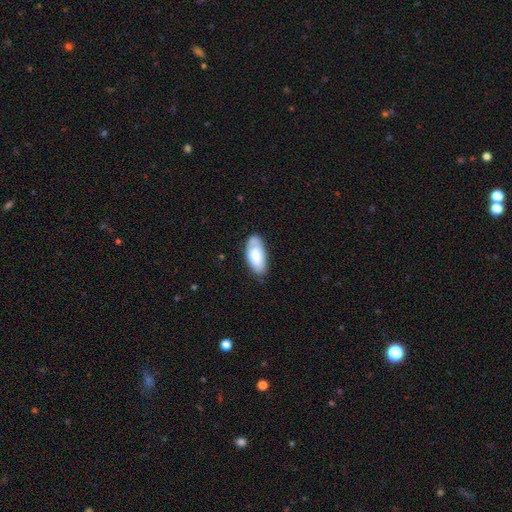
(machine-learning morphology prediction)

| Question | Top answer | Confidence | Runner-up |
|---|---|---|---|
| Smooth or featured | smooth | 72% | featured or disk (22%) |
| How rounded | in between | 90% | cigar-shaped (8%) |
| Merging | none | 69% | minor disturbance (25%) |